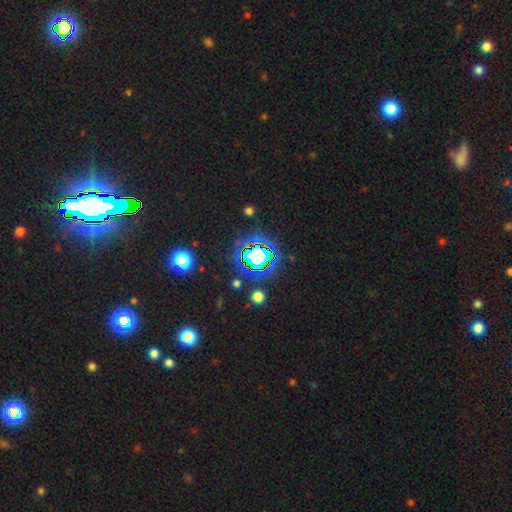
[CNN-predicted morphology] smooth_or_featured: star or artifact (p=0.67) [alt: smooth p=0.21]